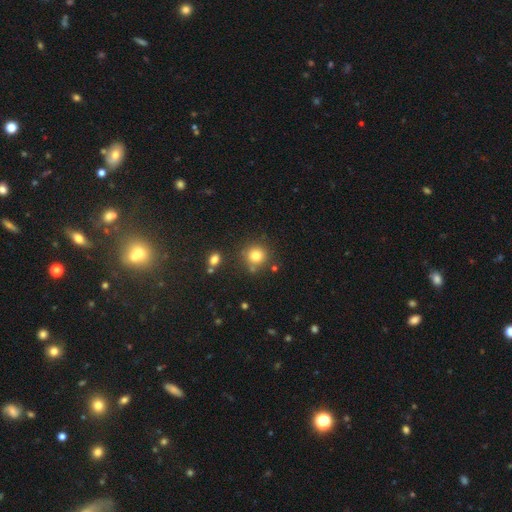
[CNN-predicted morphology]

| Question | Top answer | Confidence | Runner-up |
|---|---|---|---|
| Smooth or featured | smooth | 80% | star or artifact (12%) |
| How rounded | round | 91% | in between (8%) |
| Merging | none | 78% | minor disturbance (10%) |